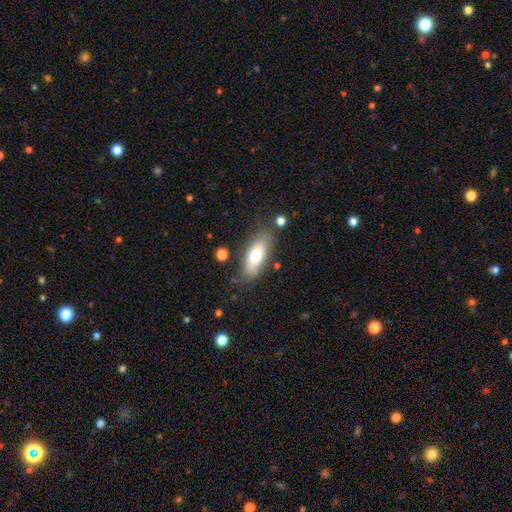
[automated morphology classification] Q: Smooth or featured?
A: smooth (66%); runner-up: featured or disk (27%)
Q: How rounded?
A: in between (77%); runner-up: cigar-shaped (20%)
Q: Merging?
A: none (76%); runner-up: minor disturbance (16%)